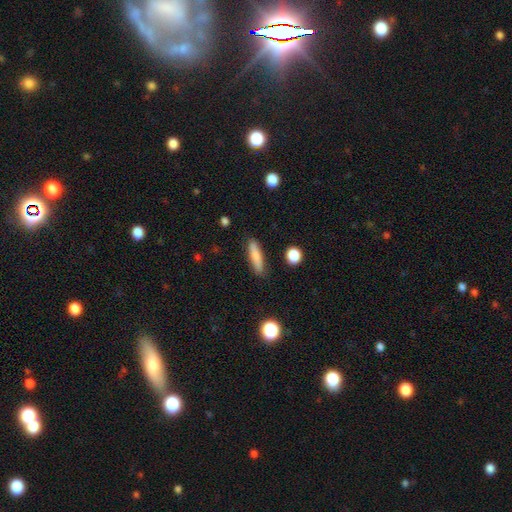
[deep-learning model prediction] Smooth or featured?
  - smooth: 76% *
  - featured or disk: 17%
  - star or artifact: 7%
How rounded?
  - cigar-shaped: 80% *
  - in between: 18%
  - round: 2%
Merging?
  - none: 86% *
  - minor disturbance: 10%
  - major disturbance: 2%
  - merger: 2%